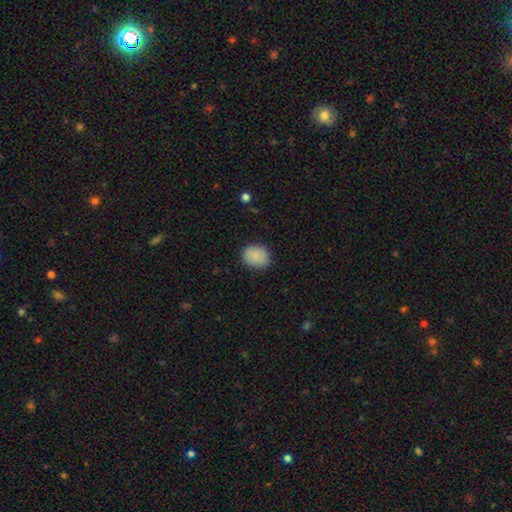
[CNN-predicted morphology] Q: Smooth or featured?
A: smooth (86%); runner-up: star or artifact (8%)
Q: How rounded?
A: round (59%); runner-up: in between (40%)
Q: Merging?
A: none (83%); runner-up: minor disturbance (13%)